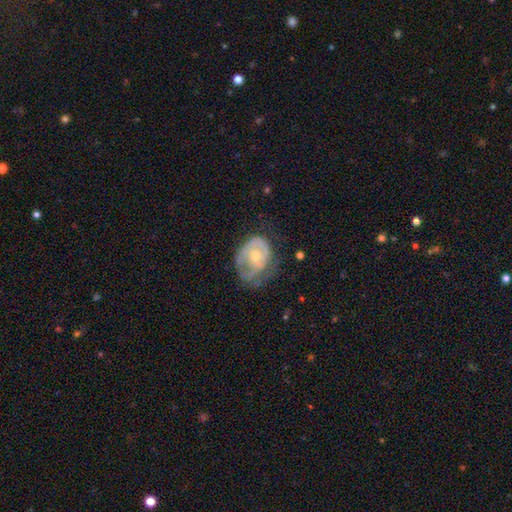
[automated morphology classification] This is likely a featured or disk galaxy (60%). It is clearly not viewed edge-on (96%). Bar: clearly no (81%). Spiral arm pattern: possibly yes (52%). Central bulge: possibly moderate (49%). Merging: marginally none (35%).